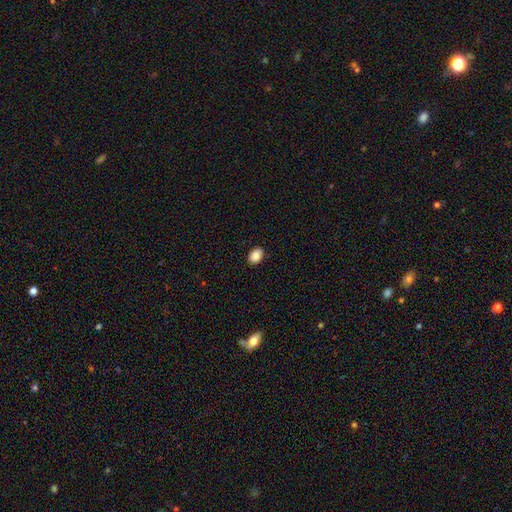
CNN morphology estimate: smooth-or-featured: smooth: 89% | star or artifact: 8% | featured or disk: 3%
  how-rounded: in between: 76% | round: 23% | cigar-shaped: 1%
  merging: none: 89% | minor disturbance: 8% | major disturbance: 2% | merger: 1%